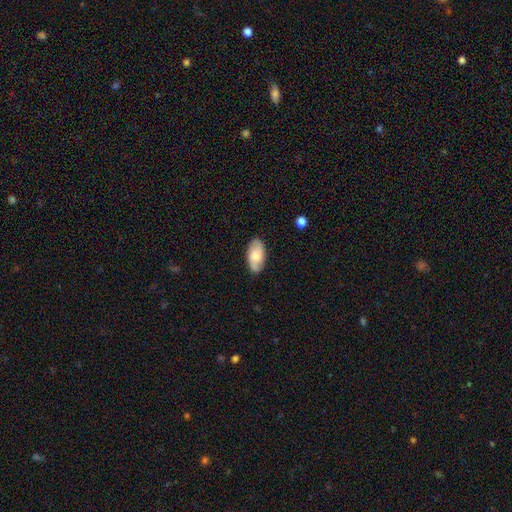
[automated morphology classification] The model was most divided on "smooth or featured": smooth: 64%, featured or disk: 29%, star or artifact: 7%. More confident: how rounded — in between (93%); merging — none (82%).